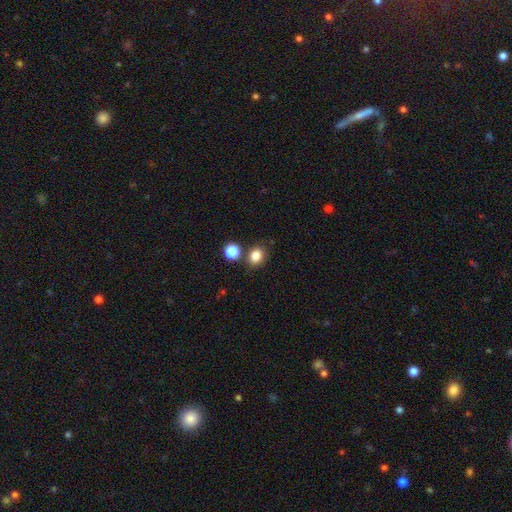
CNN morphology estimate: A smooth galaxy with no disk features (83%) that is round (63%).

Vote fractions:
- Smooth or featured? smooth: 83% / star or artifact: 12% / featured or disk: 5%
- How rounded? round: 63% / in between: 36% / cigar-shaped: 1%
- Merging? none: 74% / merger: 13% / minor disturbance: 10% / major disturbance: 3%